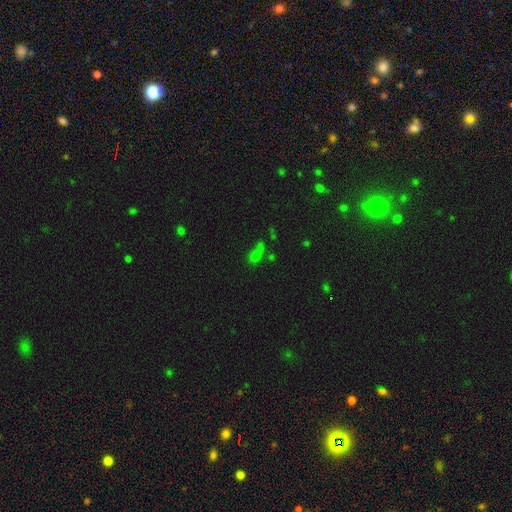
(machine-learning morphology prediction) type=smooth (52%); roundness=round (74%); merging=none (44%).